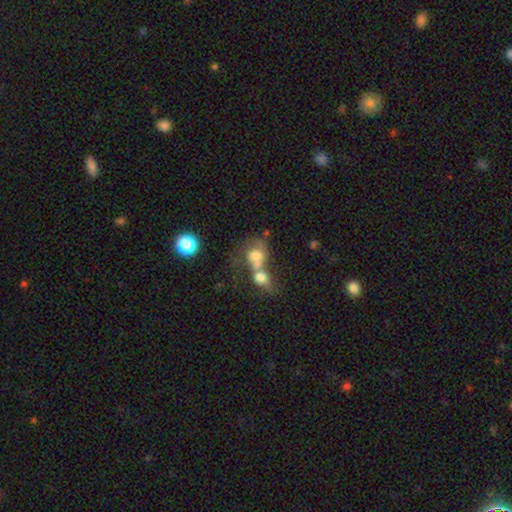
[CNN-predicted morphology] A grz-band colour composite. It shows a smooth galaxy with no disk features (64%) that is round (55%). Merging: merger (67%).